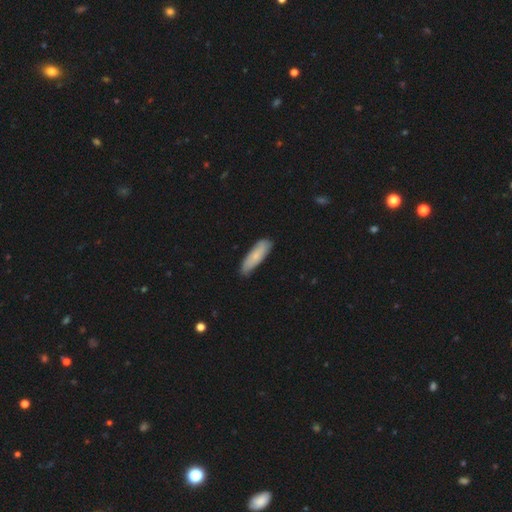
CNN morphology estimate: smooth_or_featured: smooth (p=0.73) [alt: featured or disk p=0.22]
how_rounded: cigar-shaped (p=0.55) [alt: in between p=0.44]
merging: none (p=0.80) [alt: minor disturbance p=0.17]